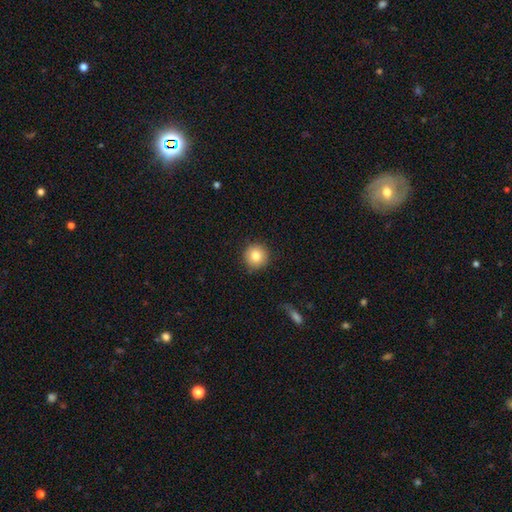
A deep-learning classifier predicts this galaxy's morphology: A smooth galaxy with no disk features (82%) that is round (94%).

Vote fractions:
- Smooth or featured? smooth: 82% / star or artifact: 10% / featured or disk: 9%
- How rounded? round: 94% / in between: 5% / cigar-shaped: 1%
- Merging? none: 88% / minor disturbance: 9% / major disturbance: 2% / merger: 1%